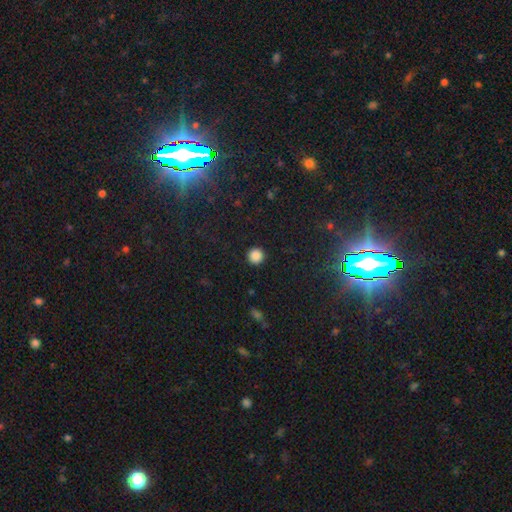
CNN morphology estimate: Smooth or featured? smooth (87%)
How rounded? round (96%)
Merging? none (93%)